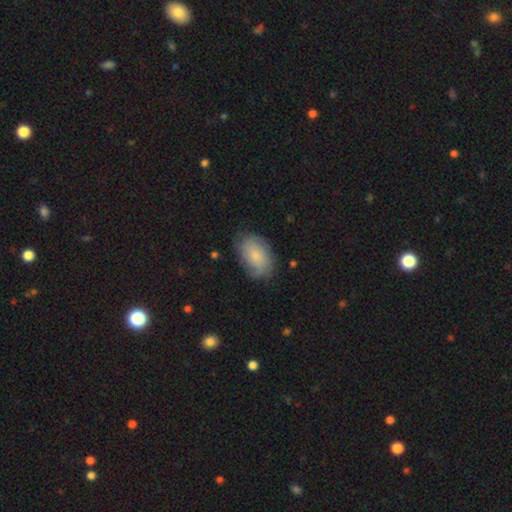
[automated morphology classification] A smooth galaxy with no disk features (63%) that is in between round and cigar-shaped (89%).

Vote fractions:
- Smooth or featured? smooth: 63% / featured or disk: 30% / star or artifact: 7%
- How rounded? in between: 89% / round: 9% / cigar-shaped: 1%
- Merging? none: 72% / minor disturbance: 21% / major disturbance: 6% / merger: 1%